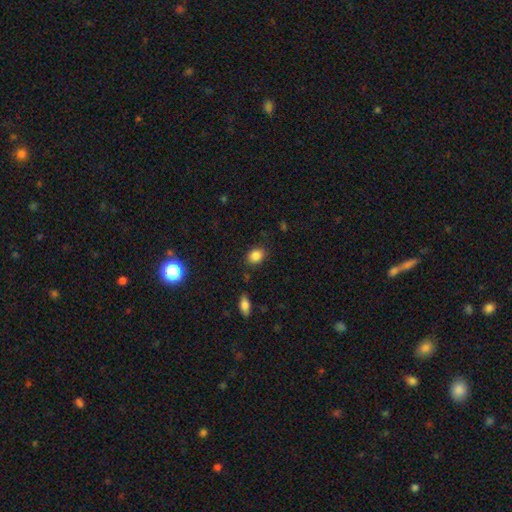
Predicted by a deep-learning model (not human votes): Q: Smooth or featured?
A: smooth (85%); runner-up: star or artifact (10%)
Q: How rounded?
A: in between (59%); runner-up: round (39%)
Q: Merging?
A: none (83%); runner-up: minor disturbance (11%)